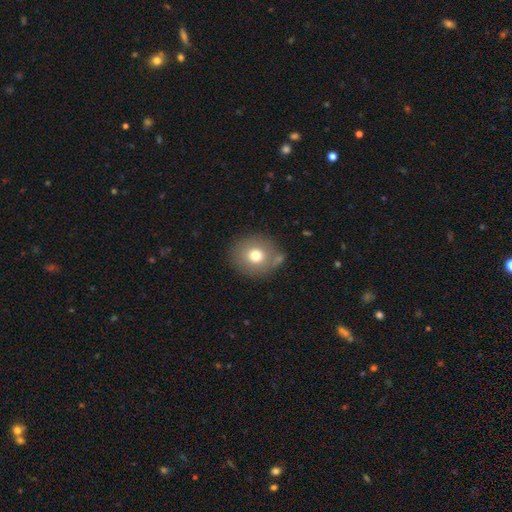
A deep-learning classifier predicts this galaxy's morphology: This is likely a smooth galaxy (73%). How rounded: clearly round (82%). Merging: likely none (77%).